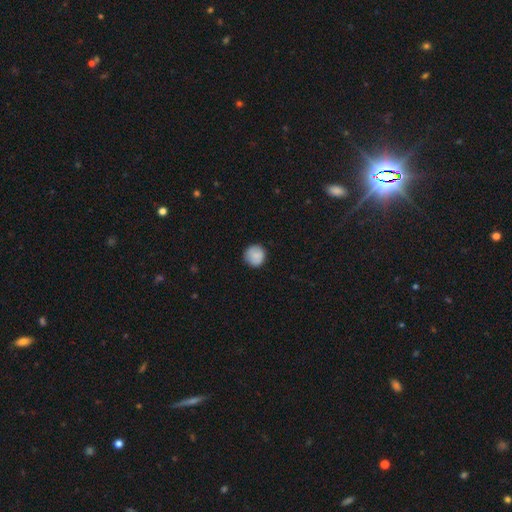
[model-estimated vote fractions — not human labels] smooth 85%, featured or disk 8%, star or artifact 7%. Down the decision tree: how rounded — round (94%); merging — none (86%).